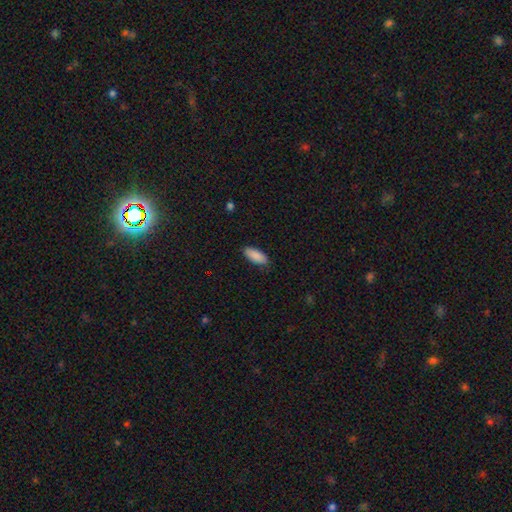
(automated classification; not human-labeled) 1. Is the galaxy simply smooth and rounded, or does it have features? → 90% smooth, 6% star or artifact, 5% featured or disk.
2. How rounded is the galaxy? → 82% in between, 16% cigar-shaped, 2% round.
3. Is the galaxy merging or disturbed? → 86% none, 11% minor disturbance, 2% major disturbance, 1% merger.